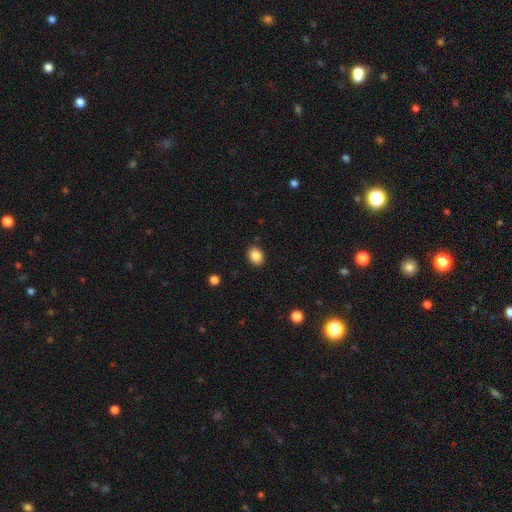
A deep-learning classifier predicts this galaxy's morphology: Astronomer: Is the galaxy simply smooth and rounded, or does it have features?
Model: smooth — 87%.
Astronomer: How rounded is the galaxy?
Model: in between — 61% (runner-up: round, 38%).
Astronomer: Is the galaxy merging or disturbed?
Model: none — 90%.